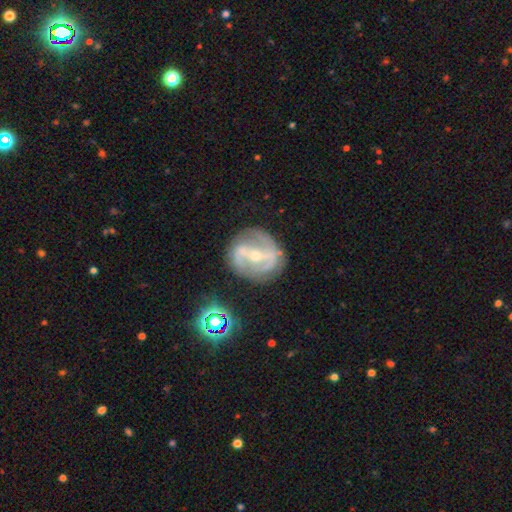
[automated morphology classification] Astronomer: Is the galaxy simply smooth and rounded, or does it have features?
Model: featured or disk — 82%.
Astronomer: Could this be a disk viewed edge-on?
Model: no — 95%.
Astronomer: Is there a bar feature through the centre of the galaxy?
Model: strong — 60%.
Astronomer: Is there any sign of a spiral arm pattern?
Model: yes — 81%.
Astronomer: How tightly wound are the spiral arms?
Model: medium — 43% (runner-up: tight, 34%).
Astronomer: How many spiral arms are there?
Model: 2 — 74%.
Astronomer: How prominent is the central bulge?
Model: small — 60% (runner-up: moderate, 37%).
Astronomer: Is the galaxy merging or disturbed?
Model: none — 73%.